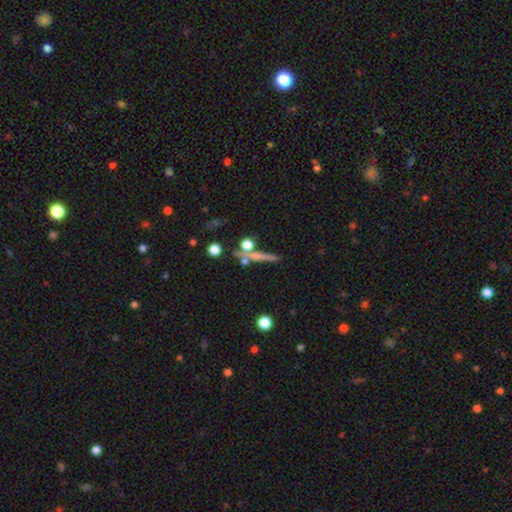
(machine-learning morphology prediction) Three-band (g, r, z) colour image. It shows a smooth galaxy with no disk features (50%). Merging: none (69%).